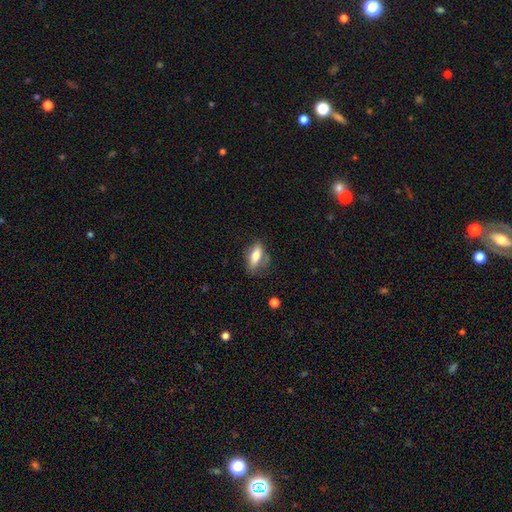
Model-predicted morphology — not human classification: Smooth or featured?
  - smooth: 68% *
  - featured or disk: 24%
  - star or artifact: 7%
How rounded?
  - in between: 73% *
  - cigar-shaped: 23%
  - round: 4%
Merging?
  - none: 60% *
  - minor disturbance: 25%
  - major disturbance: 10%
  - merger: 4%